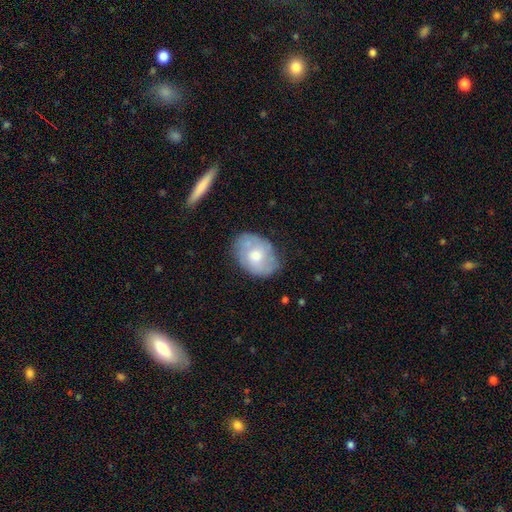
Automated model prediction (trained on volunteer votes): Q: Smooth or featured?
A: smooth (48%); runner-up: featured or disk (46%)
Q: Merging?
A: none (73%); runner-up: minor disturbance (20%)